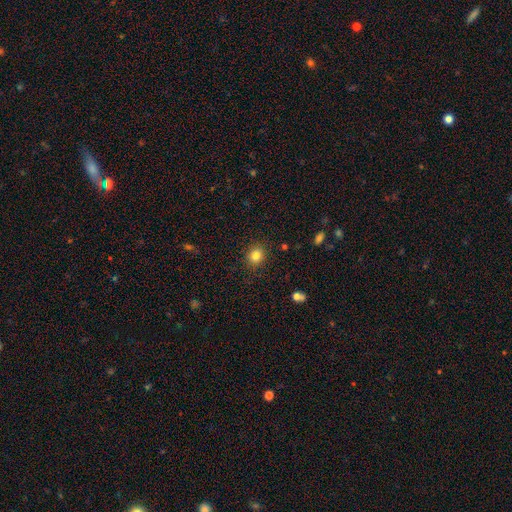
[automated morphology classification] Smooth or featured? Predicted: smooth (p=0.83). How rounded? Predicted: round (p=0.75). Merging? Predicted: none (p=0.89).